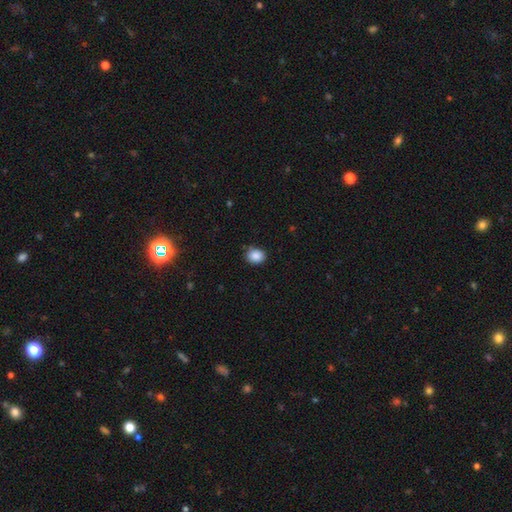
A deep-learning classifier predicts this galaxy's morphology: This is clearly a smooth galaxy (88%). How rounded: possibly round (56%). Merging: clearly none (83%).